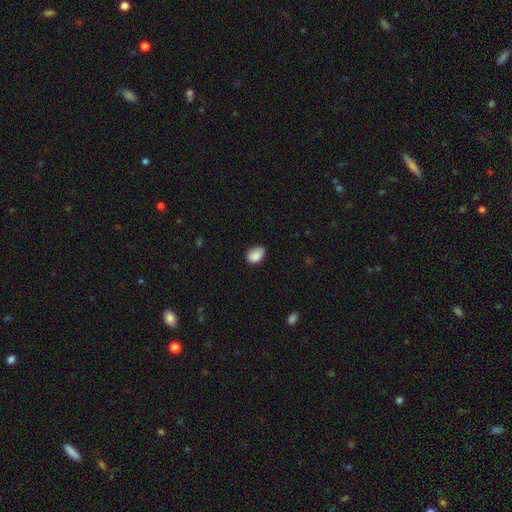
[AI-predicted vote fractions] Smooth or featured: smooth — 88% (star or artifact — 8%)
How rounded: in between — 74% (round — 25%)
Merging: none — 68% (minor disturbance — 27%)